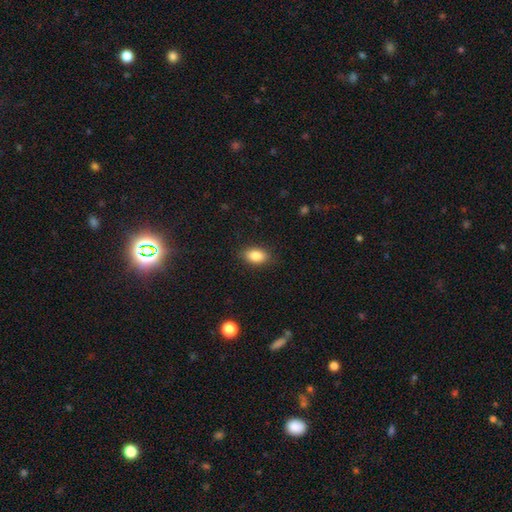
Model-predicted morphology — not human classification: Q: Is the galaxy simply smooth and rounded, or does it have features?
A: smooth — 86%.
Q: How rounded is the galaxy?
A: in between — 87%.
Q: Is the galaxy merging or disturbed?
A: none — 87%.